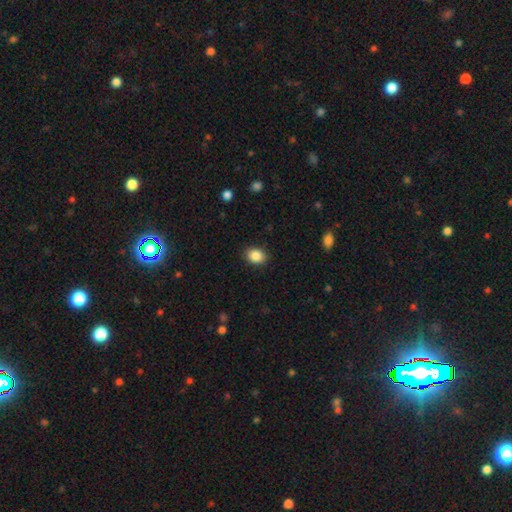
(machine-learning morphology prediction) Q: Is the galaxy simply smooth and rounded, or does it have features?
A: smooth — 88%.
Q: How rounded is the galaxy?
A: in between — 63%.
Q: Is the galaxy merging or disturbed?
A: none — 88%.